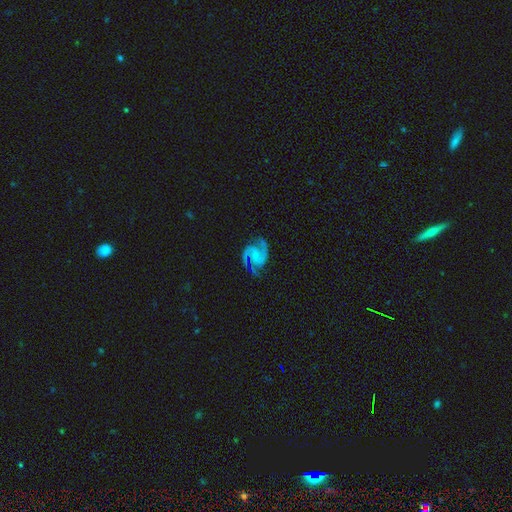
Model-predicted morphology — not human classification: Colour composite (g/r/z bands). It shows a featured or disk galaxy (93%) with no bar (45%), 2 (88%) medium (61%) spiral arms (99%) and a small central bulge (45%). Merging: none (79%).